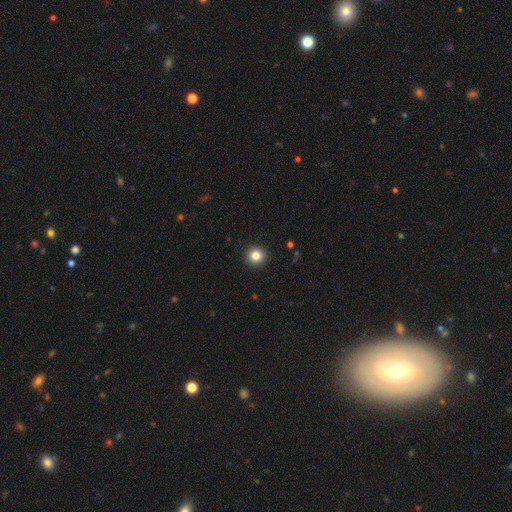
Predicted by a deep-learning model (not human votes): This is clearly a smooth galaxy (83%). How rounded: clearly round (95%). Merging: clearly none (93%).